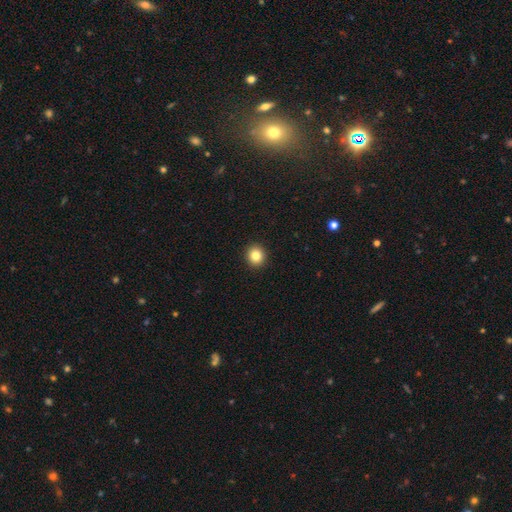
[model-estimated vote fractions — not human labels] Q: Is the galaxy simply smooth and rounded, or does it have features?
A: smooth — 84%.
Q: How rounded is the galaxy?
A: round — 86%.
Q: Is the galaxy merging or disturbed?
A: none — 93%.